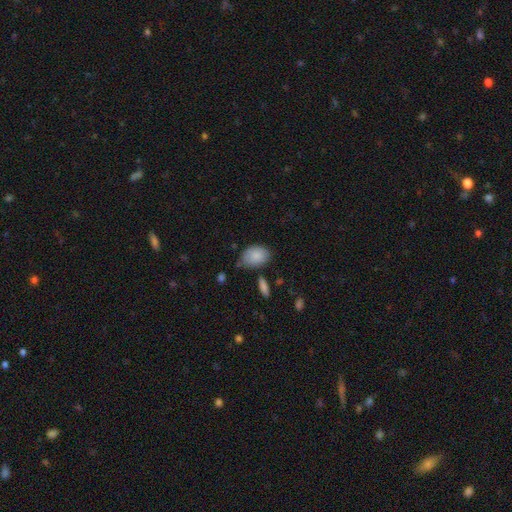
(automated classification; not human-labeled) A smooth galaxy with no disk features (86%) that is in between round and cigar-shaped (79%).

Vote fractions:
- Smooth or featured? smooth: 86% / featured or disk: 7% / star or artifact: 7%
- How rounded? in between: 79% / round: 20% / cigar-shaped: 1%
- Merging? none: 67% / minor disturbance: 24% / major disturbance: 5% / merger: 5%